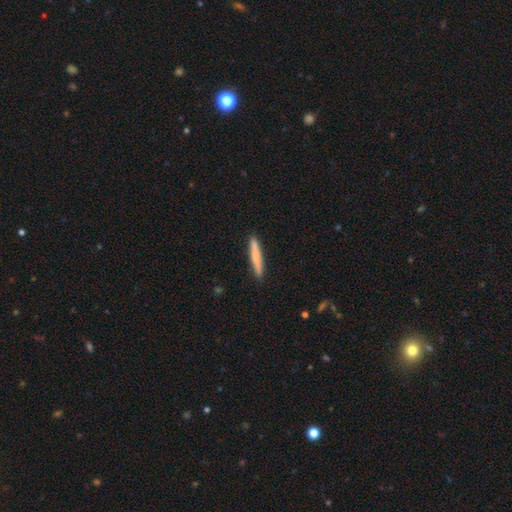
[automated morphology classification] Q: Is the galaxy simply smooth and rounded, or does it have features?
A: smooth — 70%.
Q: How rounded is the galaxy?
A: cigar-shaped — 95%.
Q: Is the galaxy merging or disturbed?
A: none — 91%.